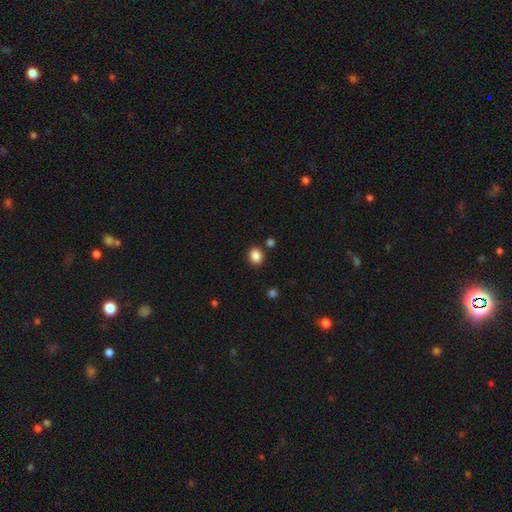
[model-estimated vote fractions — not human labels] smooth 86%, star or artifact 10%, featured or disk 4%. Down the decision tree: how rounded — round (61%); merging — none (84%).